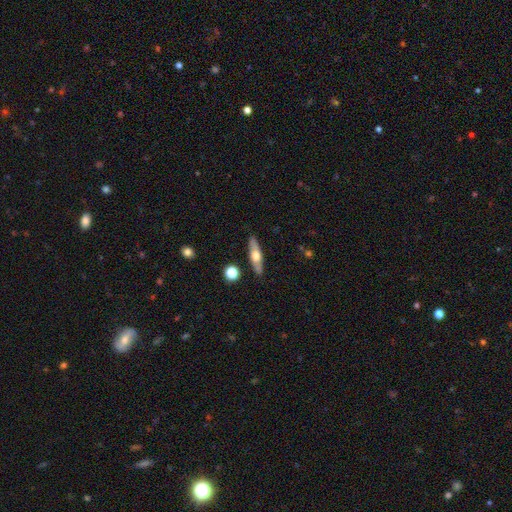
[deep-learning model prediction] Smooth or featured? Predicted: featured or disk (p=0.50). Merging? Predicted: none (p=0.87).